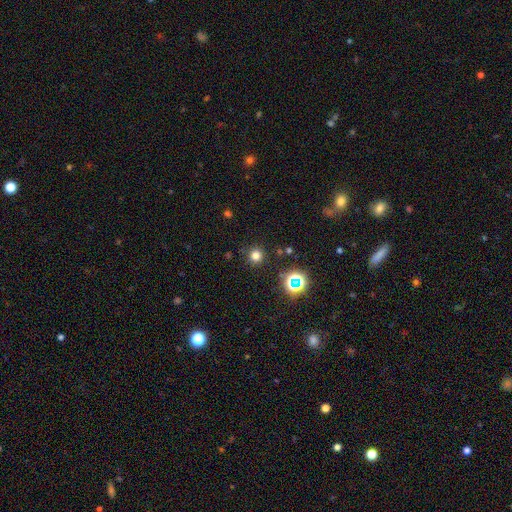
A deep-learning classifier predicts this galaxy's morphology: This is likely a smooth galaxy (74%). How rounded: clearly round (95%). Merging: clearly none (89%).